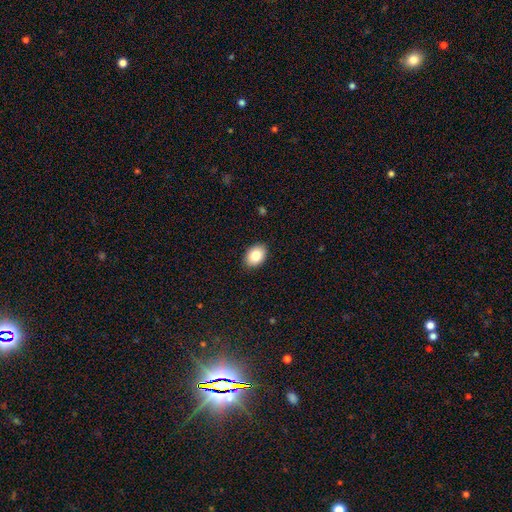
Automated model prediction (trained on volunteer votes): A smooth galaxy with no disk features (84%) that is in between round and cigar-shaped (79%). Merging: none (89%).